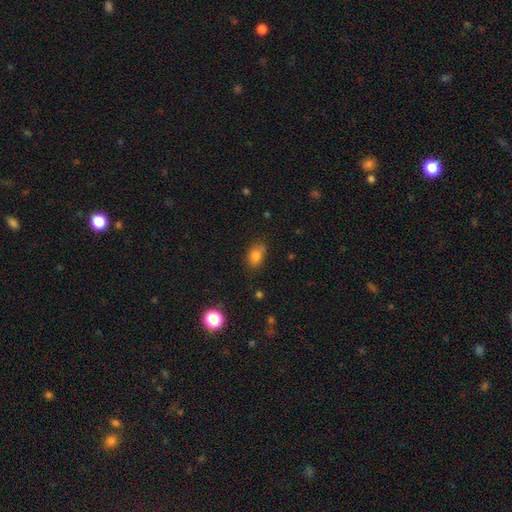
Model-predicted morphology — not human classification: Smooth or featured? smooth (80%)
How rounded? in between (74%)
Merging? none (66%)